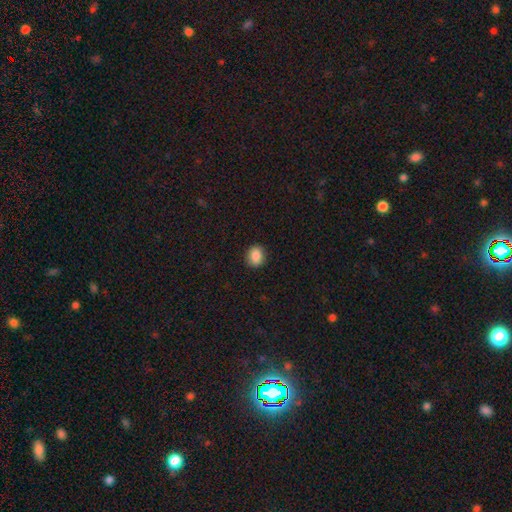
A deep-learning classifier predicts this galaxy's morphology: Smooth or featured? smooth (87%)
How rounded? round (63%)
Merging? none (90%)